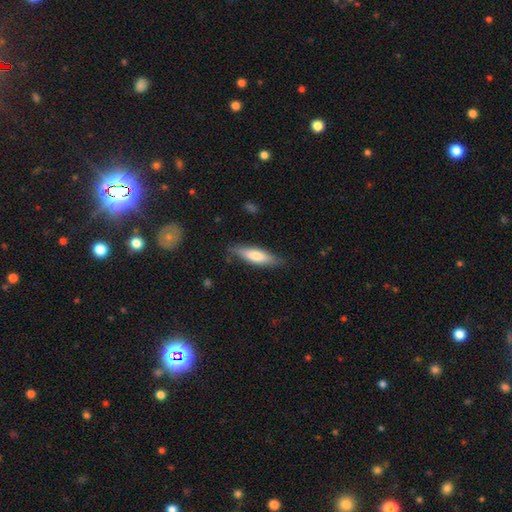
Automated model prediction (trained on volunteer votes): Smooth or featured?
  - smooth: 66% *
  - featured or disk: 28%
  - star or artifact: 6%
How rounded?
  - cigar-shaped: 63% *
  - in between: 35%
  - round: 2%
Merging?
  - none: 80% *
  - minor disturbance: 15%
  - major disturbance: 3%
  - merger: 1%